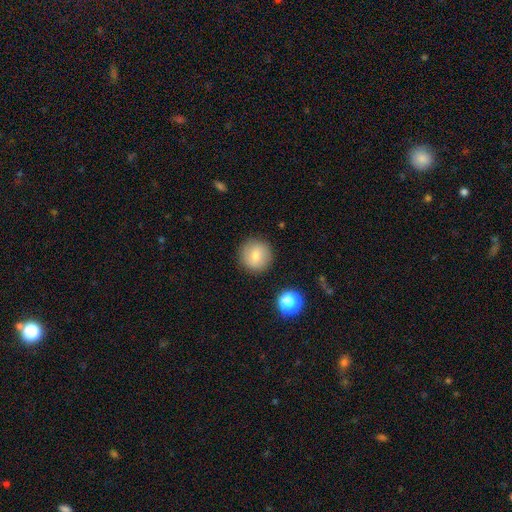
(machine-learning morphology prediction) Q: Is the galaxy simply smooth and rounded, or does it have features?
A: smooth — 76%.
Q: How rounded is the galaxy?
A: round — 94%.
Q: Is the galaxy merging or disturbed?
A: none — 89%.